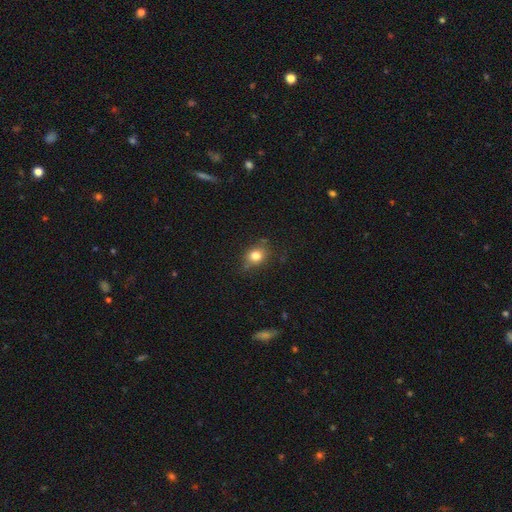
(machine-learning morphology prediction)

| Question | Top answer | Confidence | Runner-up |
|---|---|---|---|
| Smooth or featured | smooth | 80% | star or artifact (11%) |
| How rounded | round | 58% | in between (40%) |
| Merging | none | 73% | minor disturbance (20%) |